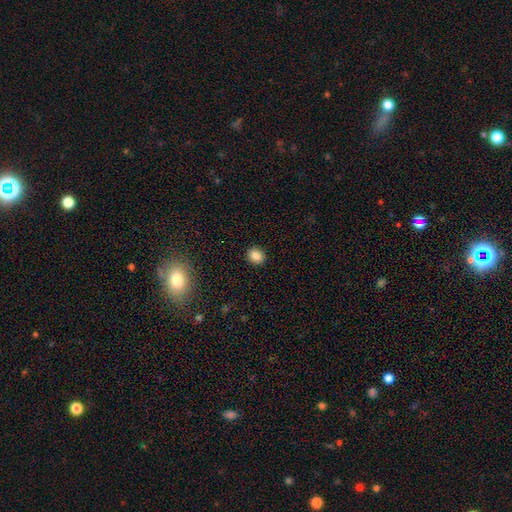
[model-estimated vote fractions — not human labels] Overall: smooth (85%). How rounded: round (72%). Merging: none (91%).